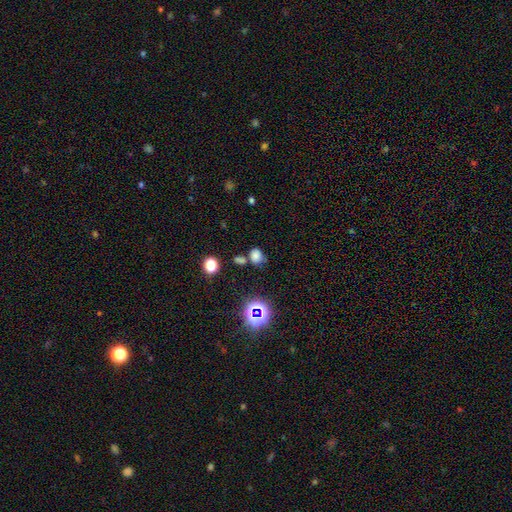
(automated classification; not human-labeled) Smooth or featured?
  - smooth: 68% *
  - star or artifact: 24%
  - featured or disk: 8%
How rounded?
  - round: 55% *
  - in between: 44%
  - cigar-shaped: 1%
Merging?
  - none: 57% *
  - merger: 19%
  - minor disturbance: 16%
  - major disturbance: 7%